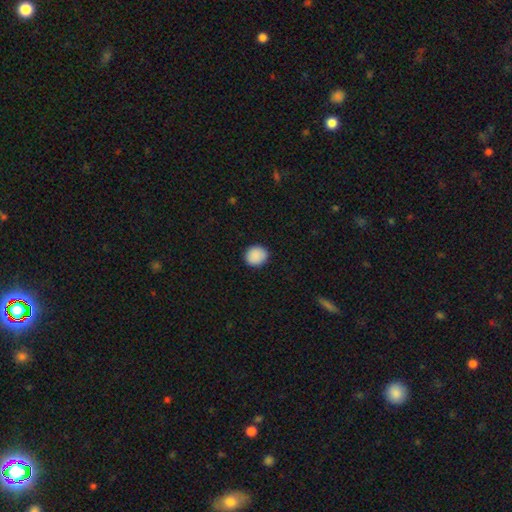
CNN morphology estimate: A smooth galaxy with no disk features (90%) that is round (81%). Merging: none (90%).